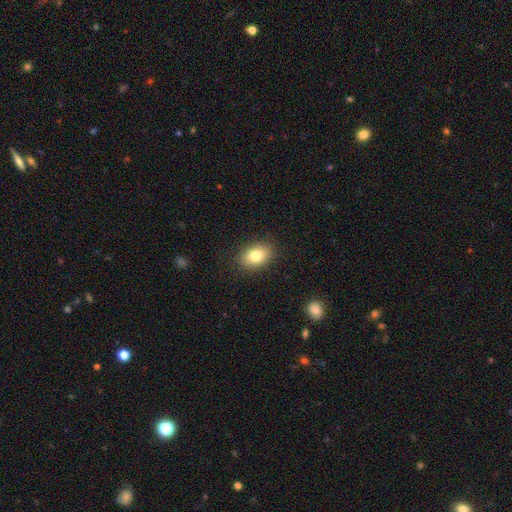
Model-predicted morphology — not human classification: This appears to be a smooth galaxy with no disk features (80%) that is in between round and cigar-shaped (82%). Merging: none (88%).